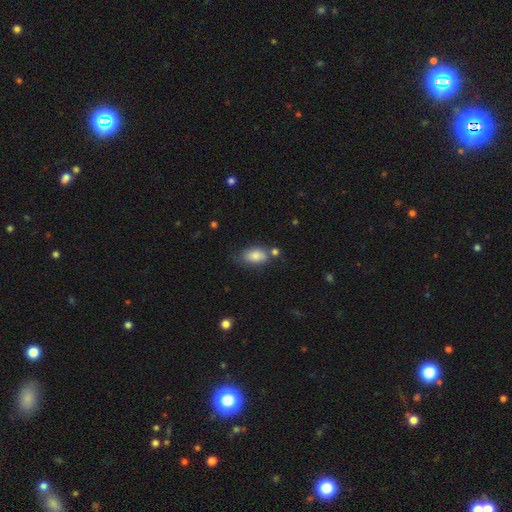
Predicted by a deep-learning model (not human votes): smooth-or-featured: smooth: 81% | featured or disk: 12% | star or artifact: 8%
  how-rounded: in between: 91% | round: 6% | cigar-shaped: 3%
  merging: none: 60% | minor disturbance: 23% | merger: 11% | major disturbance: 6%